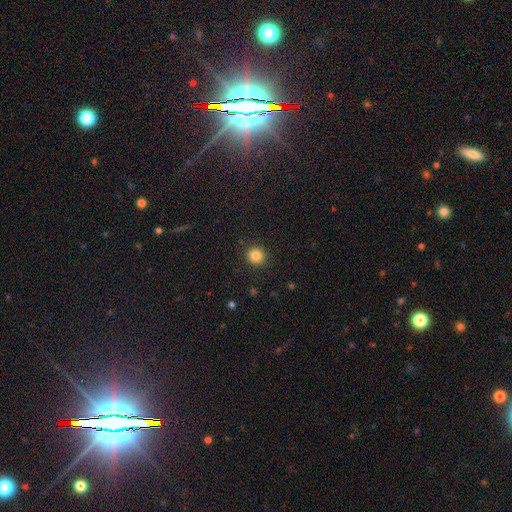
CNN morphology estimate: Q: Smooth or featured?
A: smooth (84%); runner-up: star or artifact (11%)
Q: How rounded?
A: round (92%); runner-up: in between (7%)
Q: Merging?
A: none (91%); runner-up: minor disturbance (6%)